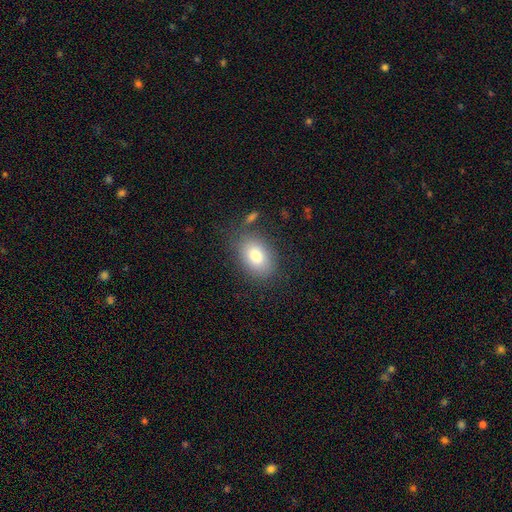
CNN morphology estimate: This appears to be a smooth galaxy with no disk features (82%) that is in between round and cigar-shaped (82%). Merging: none (77%).